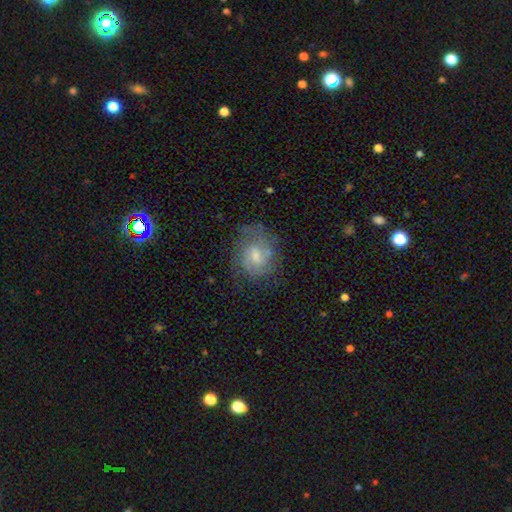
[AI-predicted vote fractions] A featured or disk galaxy (65%) with a weak bar (47%), 2 (43%) tight (50%) spiral arms (87%) and a moderate central bulge (45%). Merging: none (67%).